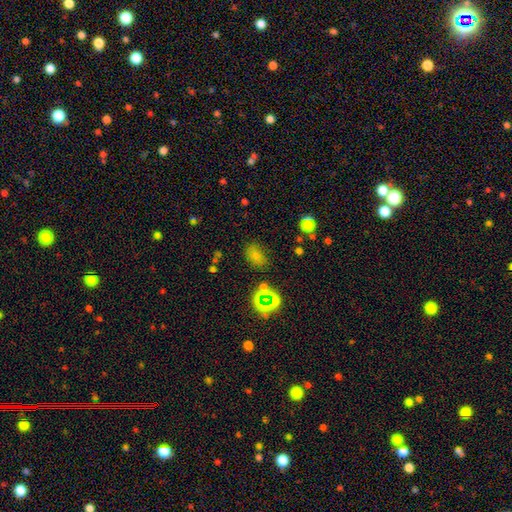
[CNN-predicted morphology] This appears to be a smooth galaxy with no disk features (67%) that is in between round and cigar-shaped (77%). Merging: none (74%).